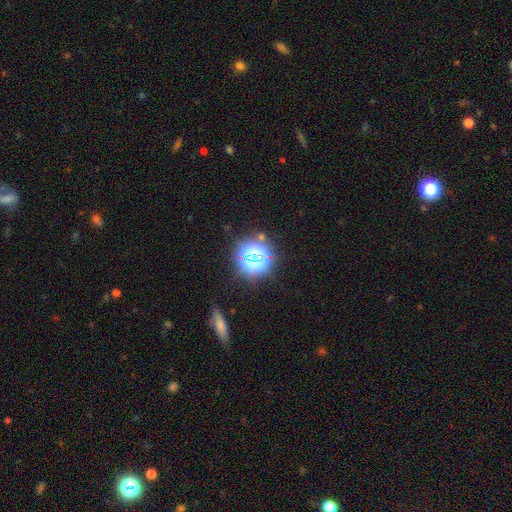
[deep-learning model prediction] Smooth or featured?
  - star or artifact: 71% *
  - smooth: 20%
  - featured or disk: 9%